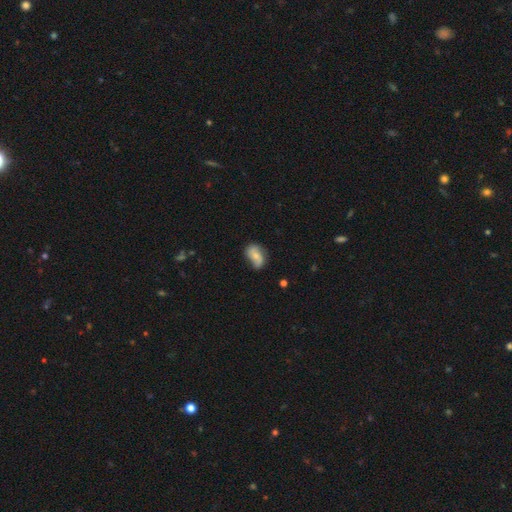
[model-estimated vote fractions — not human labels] This is possibly a smooth galaxy (55%). How rounded: clearly in between (86%). Merging: possibly none (55%).